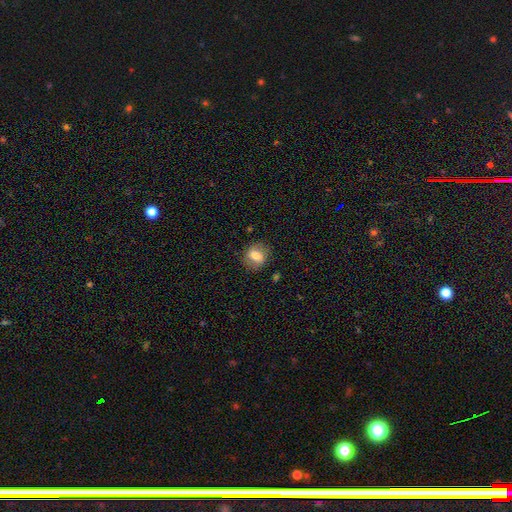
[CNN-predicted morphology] Smooth or featured: smooth — 70% (featured or disk — 21%)
How rounded: round — 56% (in between — 42%)
Merging: none — 78% (minor disturbance — 16%)